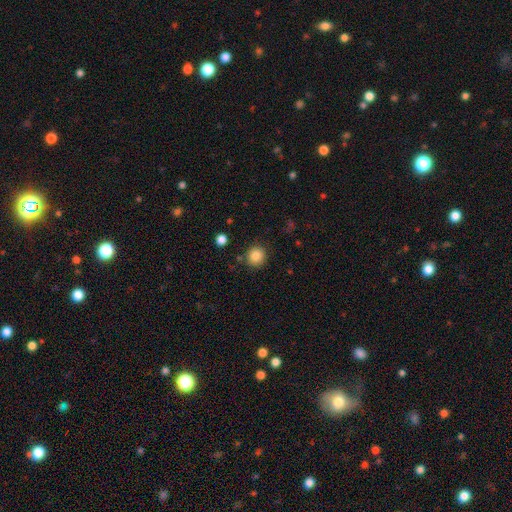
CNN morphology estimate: A smooth galaxy with no disk features (86%) that is round (91%). Merging: none (86%).